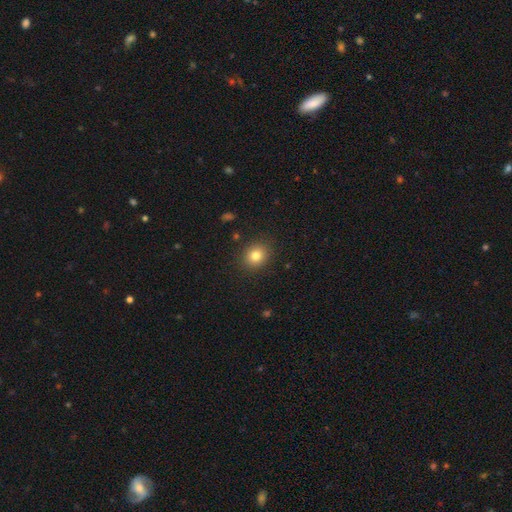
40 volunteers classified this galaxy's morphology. Q: Smooth or featured?
A: smooth (82%); runner-up: star or artifact (12%)
Q: How rounded?
A: round (79%); runner-up: in between (21%)
Q: Merging?
A: none (94%); runner-up: major disturbance (3%)